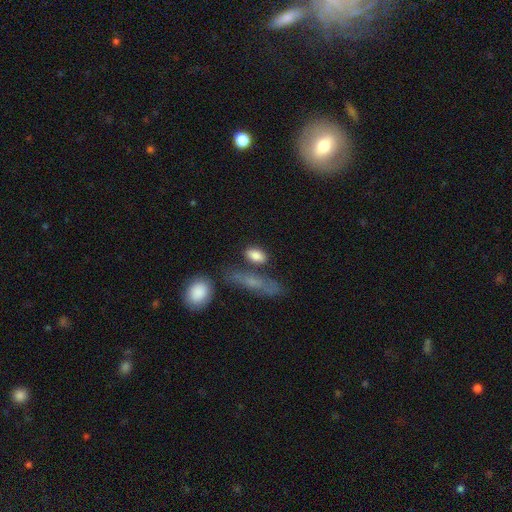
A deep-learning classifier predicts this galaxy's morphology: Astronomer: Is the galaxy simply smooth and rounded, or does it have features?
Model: smooth — 82%.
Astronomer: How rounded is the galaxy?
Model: in between — 83%.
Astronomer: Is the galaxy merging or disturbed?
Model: none — 67%.